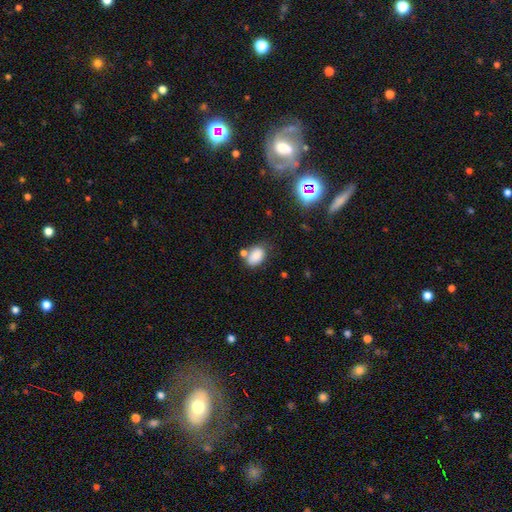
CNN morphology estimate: A smooth galaxy with no disk features (83%) that is in between round and cigar-shaped (84%).

Vote fractions:
- Smooth or featured? smooth: 83% / star or artifact: 10% / featured or disk: 7%
- How rounded? in between: 84% / round: 15% / cigar-shaped: 1%
- Merging? none: 56% / minor disturbance: 20% / merger: 18% / major disturbance: 7%